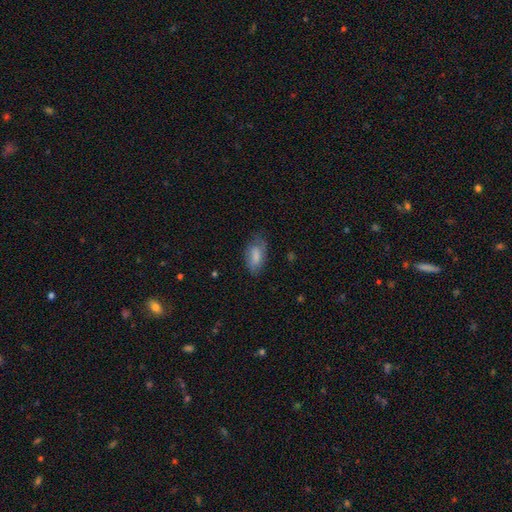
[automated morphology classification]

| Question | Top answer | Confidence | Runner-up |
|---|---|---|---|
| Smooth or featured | smooth | 72% | featured or disk (21%) |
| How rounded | in between | 89% | cigar-shaped (7%) |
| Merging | none | 63% | minor disturbance (26%) |